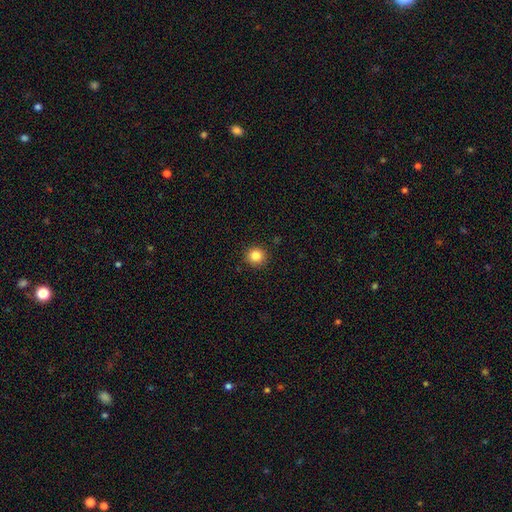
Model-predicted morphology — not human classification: Q: Smooth or featured?
A: smooth (84%); runner-up: star or artifact (11%)
Q: How rounded?
A: round (94%); runner-up: in between (5%)
Q: Merging?
A: none (92%); runner-up: minor disturbance (5%)